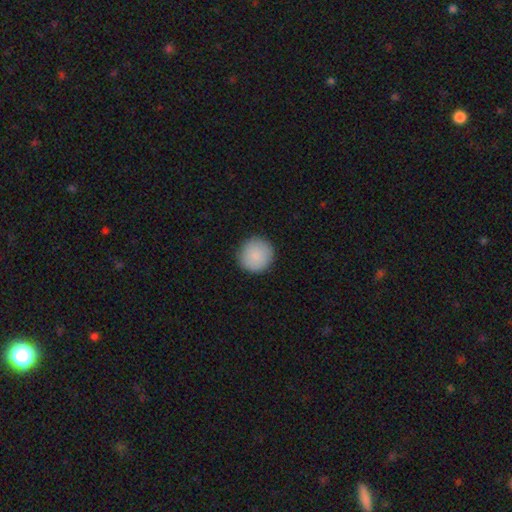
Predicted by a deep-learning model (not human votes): This appears to be a smooth galaxy with no disk features (89%) that is round (95%). Merging: none (91%).